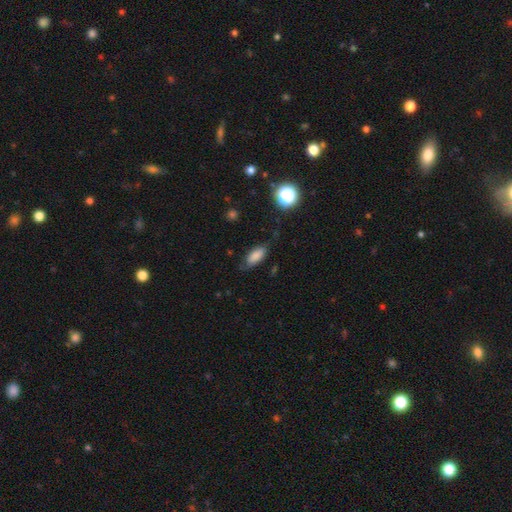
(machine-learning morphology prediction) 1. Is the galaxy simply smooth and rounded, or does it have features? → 81% smooth, 9% star or artifact, 9% featured or disk.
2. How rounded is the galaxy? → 84% in between, 12% cigar-shaped, 4% round.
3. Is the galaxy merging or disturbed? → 73% none, 21% minor disturbance, 5% major disturbance, 1% merger.